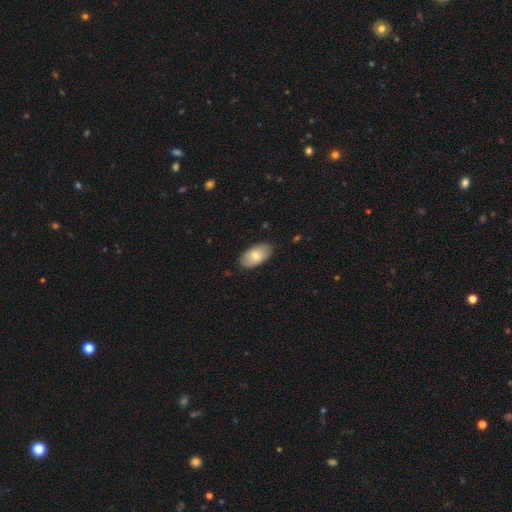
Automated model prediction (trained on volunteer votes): A smooth galaxy with no disk features (72%) that is in between round and cigar-shaped (95%).

Vote fractions:
- Smooth or featured? smooth: 72% / featured or disk: 22% / star or artifact: 6%
- How rounded? in between: 95% / round: 3% / cigar-shaped: 2%
- Merging? none: 85% / minor disturbance: 11% / major disturbance: 2% / merger: 1%